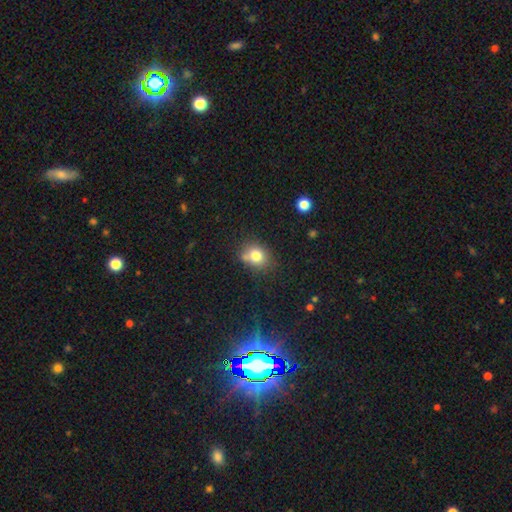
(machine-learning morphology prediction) type=smooth (78%); roundness=round (58%); merging=none (64%).